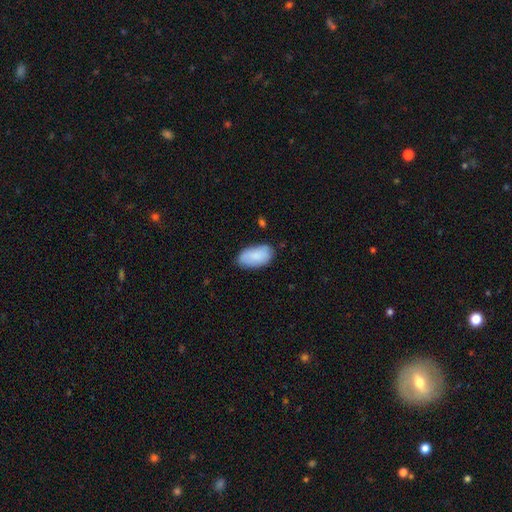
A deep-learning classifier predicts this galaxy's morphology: A smooth galaxy with no disk features (86%) that is in between round and cigar-shaped (95%).

Vote fractions:
- Smooth or featured? smooth: 86% / featured or disk: 8% / star or artifact: 6%
- How rounded? in between: 95% / round: 3% / cigar-shaped: 2%
- Merging? none: 76% / minor disturbance: 19% / major disturbance: 4% / merger: 2%